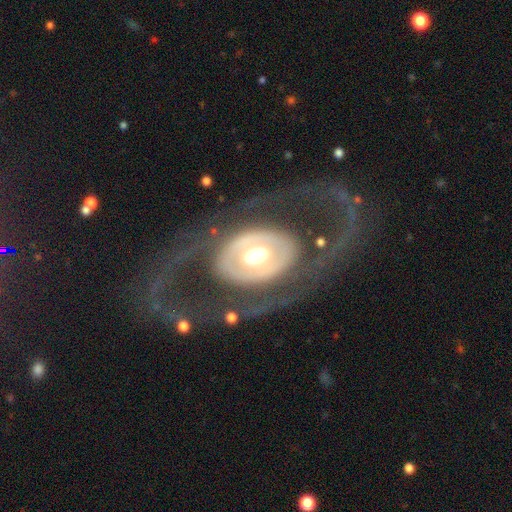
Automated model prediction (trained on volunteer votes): Overall: featured or disk (79%). Edge-on disk: no (93%). Bar: no (70%). Spiral arms: yes (52%; no 48%). Bulge size: moderate (49%; large 38%). Merging: none (69%).